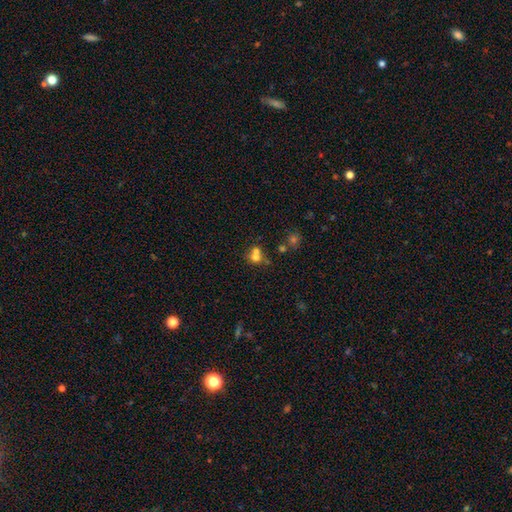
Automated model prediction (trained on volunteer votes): This appears to be a smooth galaxy with no disk features (66%) that is round (79%). Merging: merger (56%).